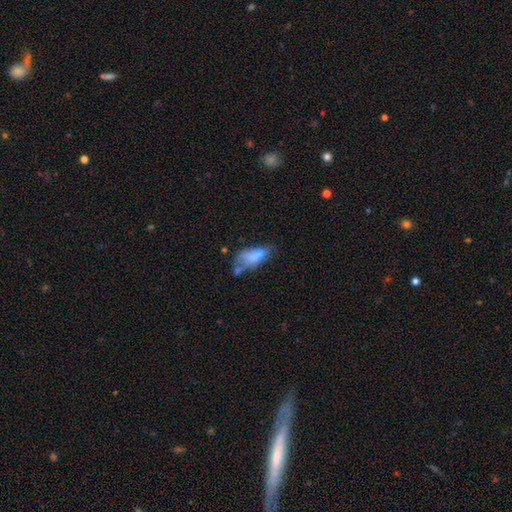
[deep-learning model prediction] Q: Smooth or featured?
A: smooth (63%); runner-up: featured or disk (27%)
Q: How rounded?
A: in between (82%); runner-up: cigar-shaped (13%)
Q: Merging?
A: major disturbance (33%); runner-up: merger (24%)